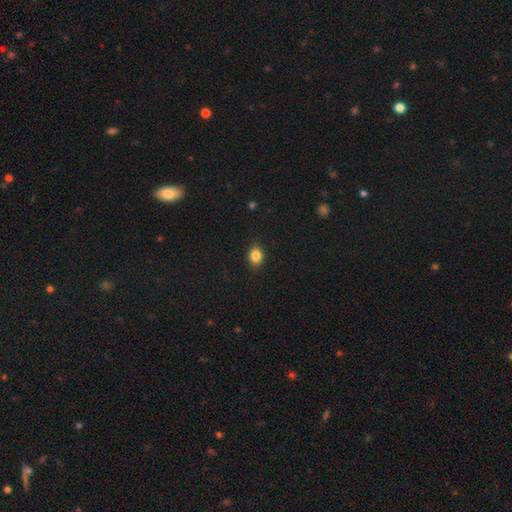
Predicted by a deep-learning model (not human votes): Smooth or featured?
  - smooth: 85% *
  - star or artifact: 10%
  - featured or disk: 5%
How rounded?
  - in between: 53% *
  - round: 45%
  - cigar-shaped: 1%
Merging?
  - none: 89% *
  - minor disturbance: 8%
  - major disturbance: 2%
  - merger: 1%